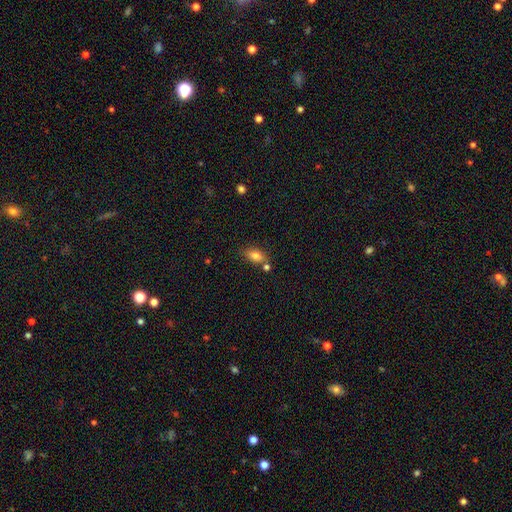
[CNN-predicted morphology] Smooth or featured: smooth — 79% (featured or disk — 12%)
How rounded: in between — 85% (round — 8%)
Merging: none — 66% (merger — 16%)